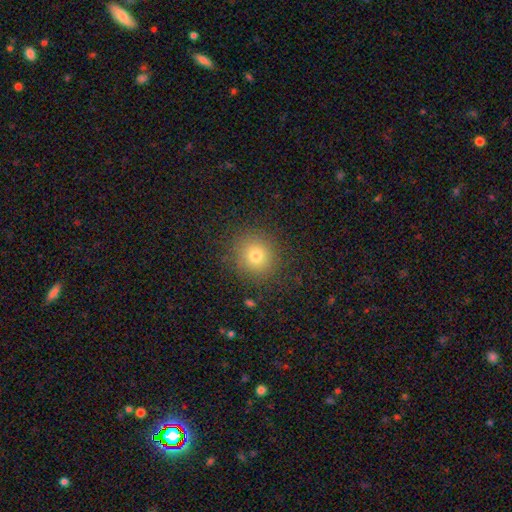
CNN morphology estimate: Smooth or featured: smooth — 76% (star or artifact — 15%)
How rounded: round — 90% (in between — 9%)
Merging: none — 88% (minor disturbance — 8%)